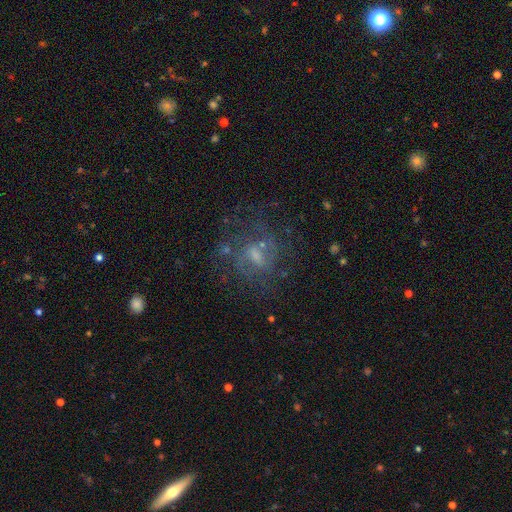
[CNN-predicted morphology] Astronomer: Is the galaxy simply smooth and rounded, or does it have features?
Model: featured or disk — 62%.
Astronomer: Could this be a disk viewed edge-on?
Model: no — 96%.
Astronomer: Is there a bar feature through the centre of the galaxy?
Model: weak — 52% (runner-up: no, 34%).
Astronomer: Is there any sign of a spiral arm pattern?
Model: yes — 67%.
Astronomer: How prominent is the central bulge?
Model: small — 39% (runner-up: moderate, 37%).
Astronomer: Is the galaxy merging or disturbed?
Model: none — 58%.